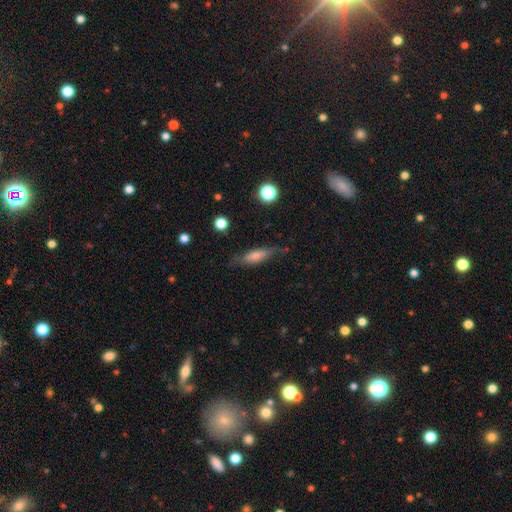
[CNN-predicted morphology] smooth_or_featured: smooth (p=0.58) [alt: featured or disk p=0.34]
how_rounded: cigar-shaped (p=0.60) [alt: in between p=0.37]
merging: none (p=0.69) [alt: minor disturbance p=0.22]